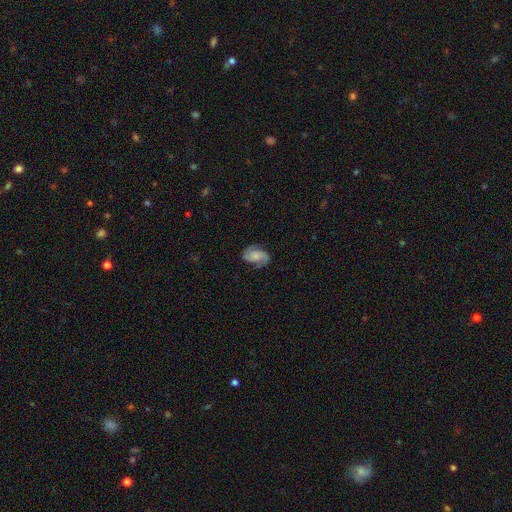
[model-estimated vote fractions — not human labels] Smooth or featured: featured or disk — 69% (smooth — 23%)
Edge-on disk: no — 97% (yes — 3%)
Bar: no — 64% (weak — 29%)
Spiral arms: yes — 95% (no — 5%)
Spiral winding: medium — 46% (tight — 27%)
Spiral arm count: 2 — 87% (can't tell — 5%)
Bulge size: none — 33% (small — 28%)
Merging: none — 75% (minor disturbance — 17%)